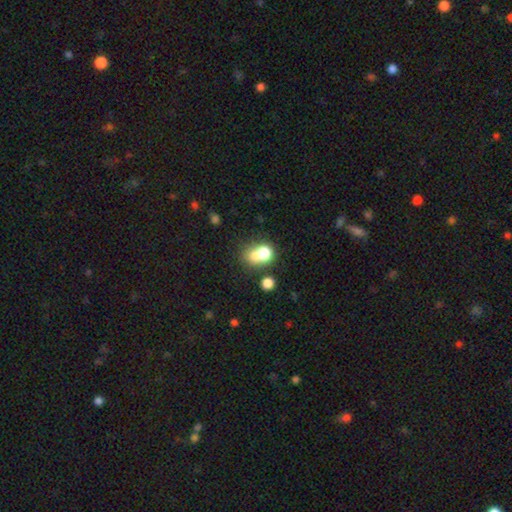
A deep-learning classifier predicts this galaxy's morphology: This is likely a smooth galaxy (70%). How rounded: likely round (65%). Merging: possibly merger (51%).